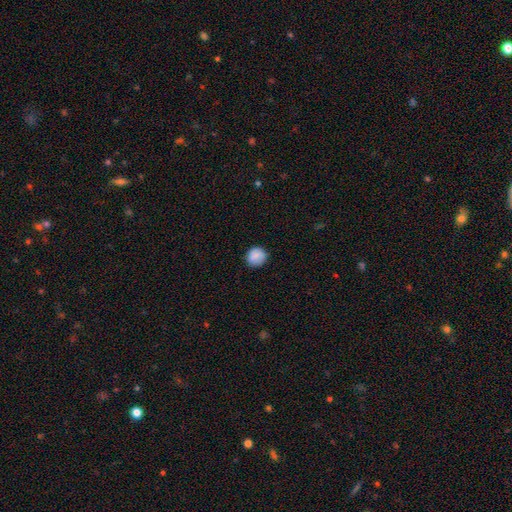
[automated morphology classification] Smooth or featured?
  - smooth: 86% *
  - star or artifact: 8%
  - featured or disk: 6%
How rounded?
  - round: 87% *
  - in between: 12%
  - cigar-shaped: 1%
Merging?
  - none: 84% *
  - minor disturbance: 12%
  - major disturbance: 3%
  - merger: 1%